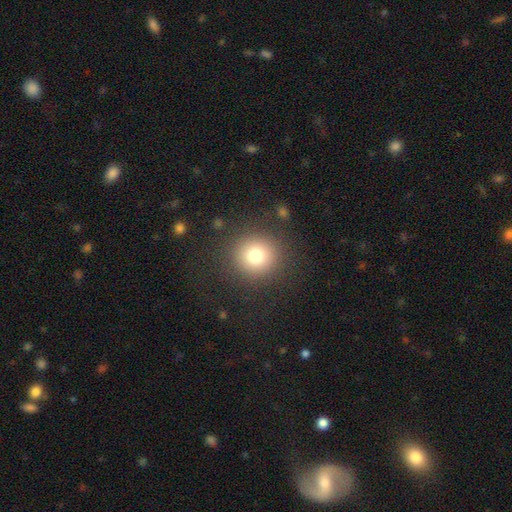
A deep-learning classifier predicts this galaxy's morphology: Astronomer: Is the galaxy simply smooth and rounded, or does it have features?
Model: smooth — 77%.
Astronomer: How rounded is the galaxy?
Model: round — 94%.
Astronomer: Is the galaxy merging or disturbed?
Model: none — 89%.